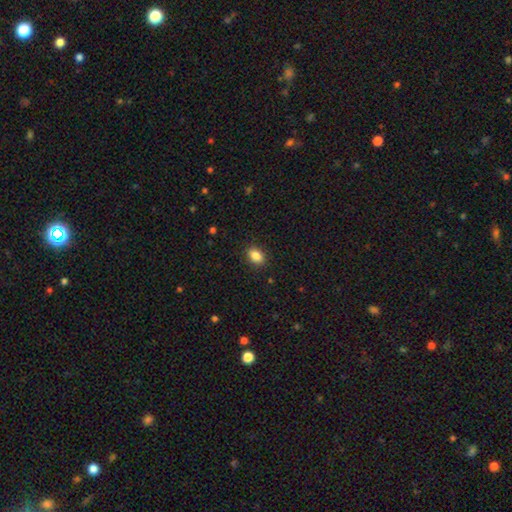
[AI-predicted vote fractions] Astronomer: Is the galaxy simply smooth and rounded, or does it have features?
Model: smooth — 87%.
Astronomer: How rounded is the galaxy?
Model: in between — 79%.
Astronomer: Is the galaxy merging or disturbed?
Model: none — 89%.